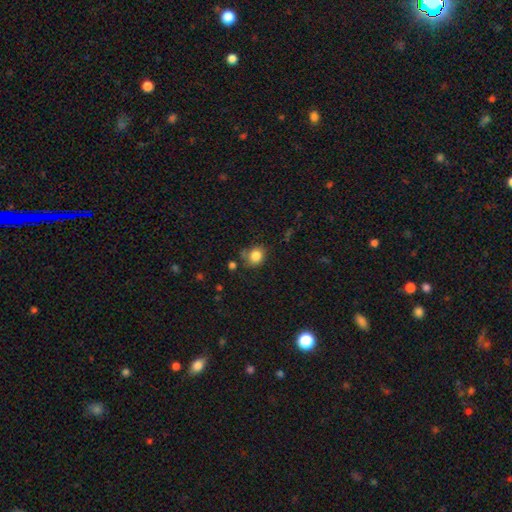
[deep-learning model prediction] smooth_or_featured: smooth (p=0.84) [alt: star or artifact p=0.10]
how_rounded: round (p=0.71) [alt: in between p=0.28]
merging: none (p=0.65) [alt: minor disturbance p=0.21]